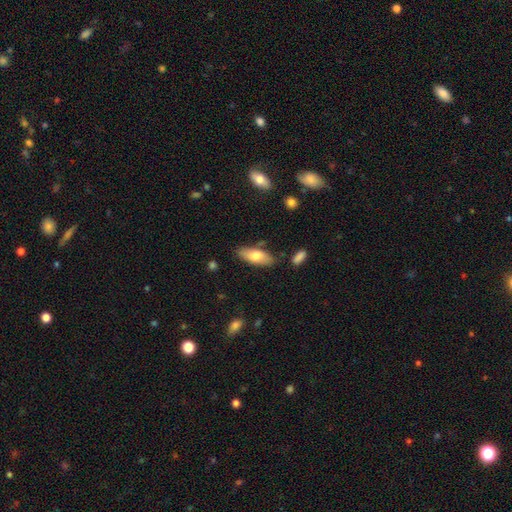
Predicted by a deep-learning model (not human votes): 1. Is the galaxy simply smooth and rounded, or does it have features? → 74% smooth, 20% featured or disk, 6% star or artifact.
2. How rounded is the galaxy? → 78% in between, 20% cigar-shaped, 2% round.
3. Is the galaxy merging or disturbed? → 79% none, 14% minor disturbance, 4% merger, 3% major disturbance.